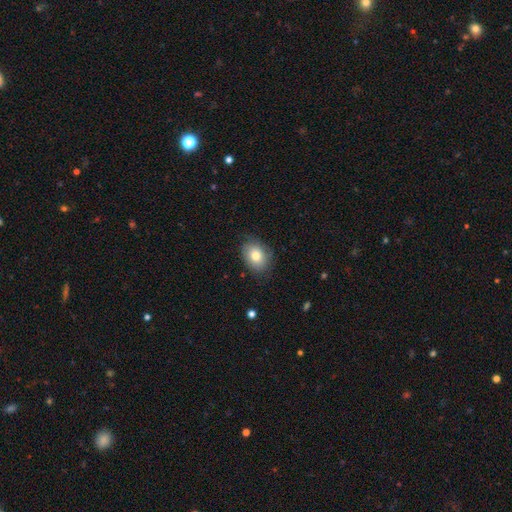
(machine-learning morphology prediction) Smooth or featured? smooth (79%)
How rounded? in between (67%)
Merging? none (77%)